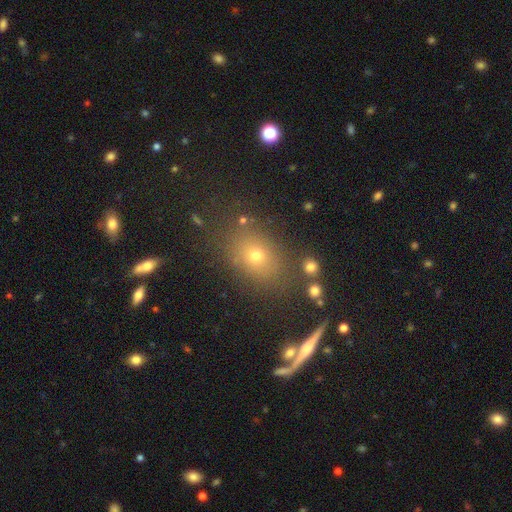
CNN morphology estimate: Smooth or featured: smooth — 57% (star or artifact — 26%)
How rounded: in between — 55% (round — 42%)
Merging: none — 81% (minor disturbance — 10%)